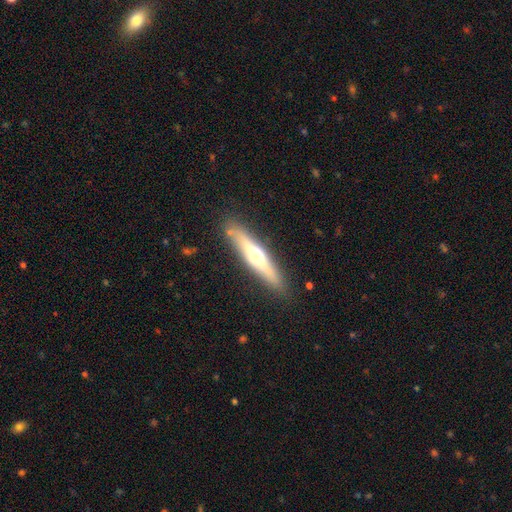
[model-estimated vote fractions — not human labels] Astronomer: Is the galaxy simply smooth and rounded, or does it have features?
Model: featured or disk — 52% (runner-up: smooth, 42%).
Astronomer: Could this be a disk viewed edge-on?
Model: yes — 91%.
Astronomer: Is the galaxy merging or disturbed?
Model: none — 86%.